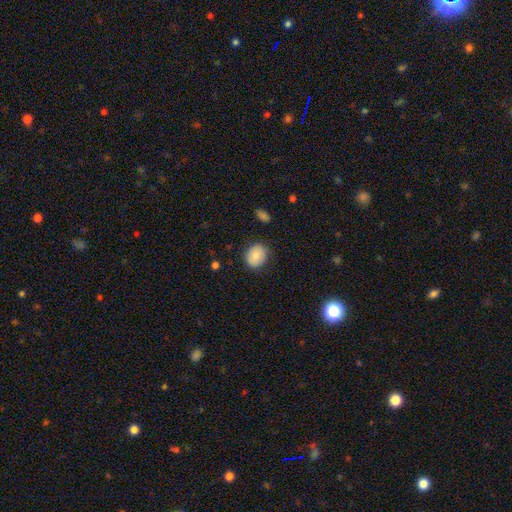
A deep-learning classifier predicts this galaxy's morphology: Smooth or featured? smooth (80%)
How rounded? round (63%)
Merging? none (82%)